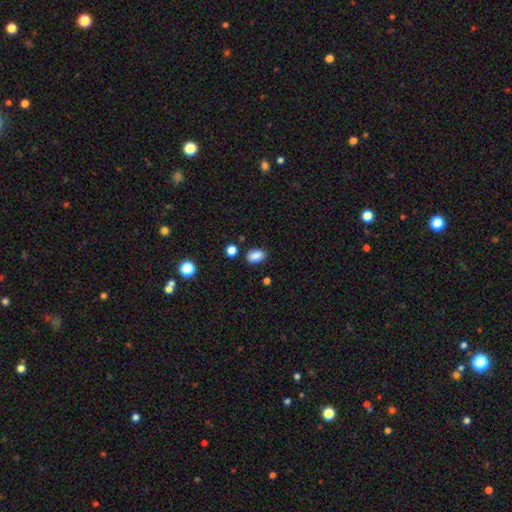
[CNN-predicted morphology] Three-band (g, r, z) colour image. It shows a smooth galaxy with no disk features (87%) that is in between round and cigar-shaped (85%). Merging: none (83%).